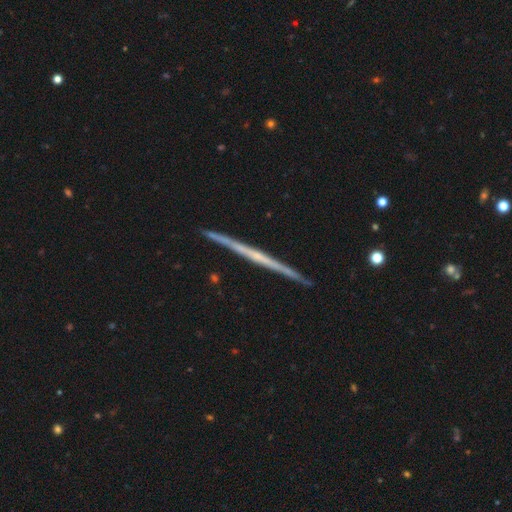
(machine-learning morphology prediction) A featured or disk galaxy (74%) viewed edge-on (98%) with no central bulge (77%).

Vote fractions:
- Smooth or featured? featured or disk: 74% / smooth: 20% / star or artifact: 5%
- Edge-on disk? yes: 98% / no: 2%
- Edge-on bulge? none: 77% / rounded: 17% / boxy: 6%
- Merging? none: 91% / minor disturbance: 6% / merger: 1% / major disturbance: 1%